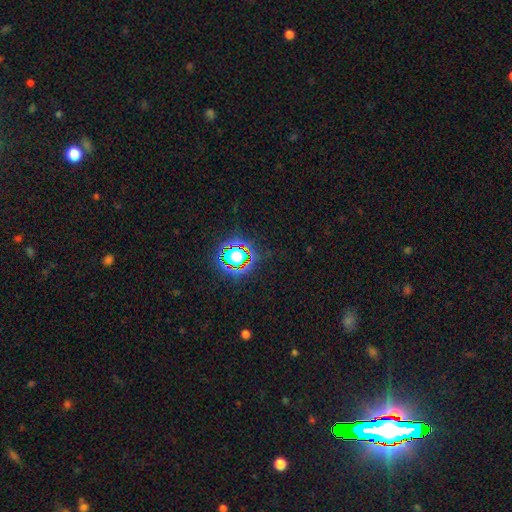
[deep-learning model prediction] Smooth or featured? Predicted: star or artifact (p=0.81).